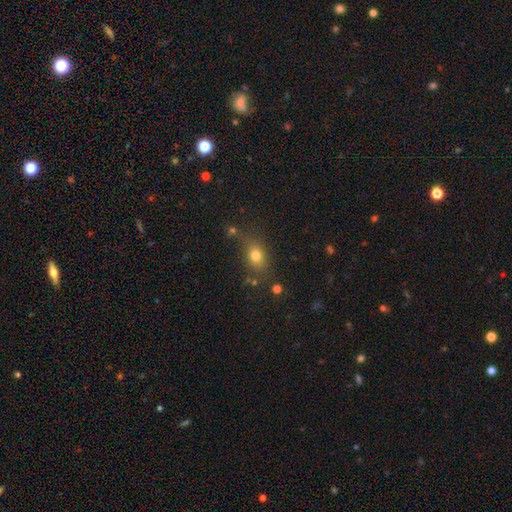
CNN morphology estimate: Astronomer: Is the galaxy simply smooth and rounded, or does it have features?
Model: smooth — 75%.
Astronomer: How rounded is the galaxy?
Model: in between — 60% (runner-up: round, 38%).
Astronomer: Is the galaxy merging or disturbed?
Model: none — 69%.